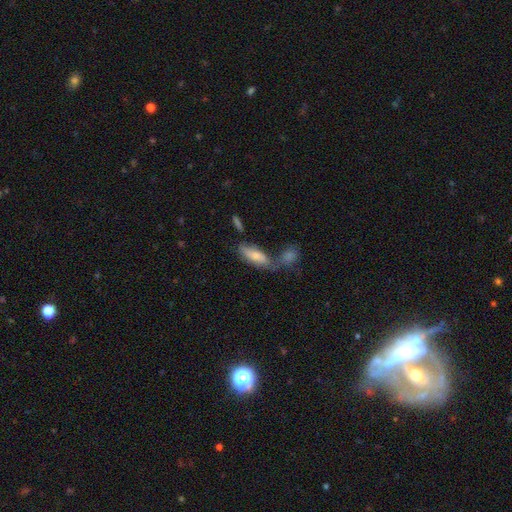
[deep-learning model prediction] Q: Smooth or featured?
A: smooth (74%); runner-up: featured or disk (19%)
Q: How rounded?
A: in between (73%); runner-up: cigar-shaped (25%)
Q: Merging?
A: none (40%); runner-up: merger (35%)